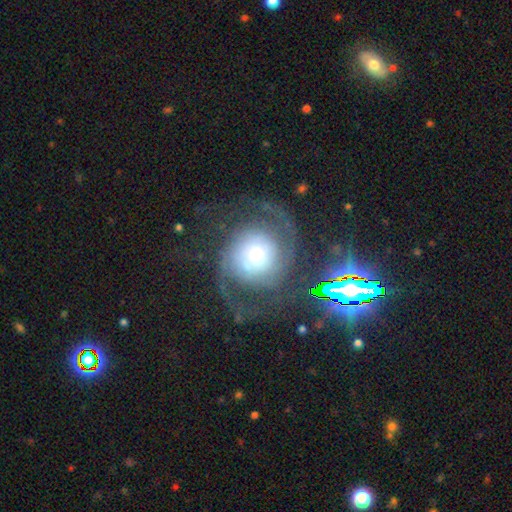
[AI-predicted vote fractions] smooth-or-featured: featured or disk: 77% | smooth: 14% | star or artifact: 8%
  disk-edge-on: no: 97% | yes: 3%
    bar: no: 76% | weak: 19% | strong: 6%
    has-spiral-arms: yes: 93% | no: 7%
      spiral-winding: medium: 45% | tight: 30% | loose: 25%
      spiral-arm-count: 2: 76% | can't tell: 9% | 3: 6% | 1: 4% | 4: 3% | more than 4: 3%
    bulge-size: small: 42% | moderate: 40% | large: 13% | dominant: 4% | none: 2%
  merging: none: 61% | major disturbance: 21% | minor disturbance: 15% | merger: 3%